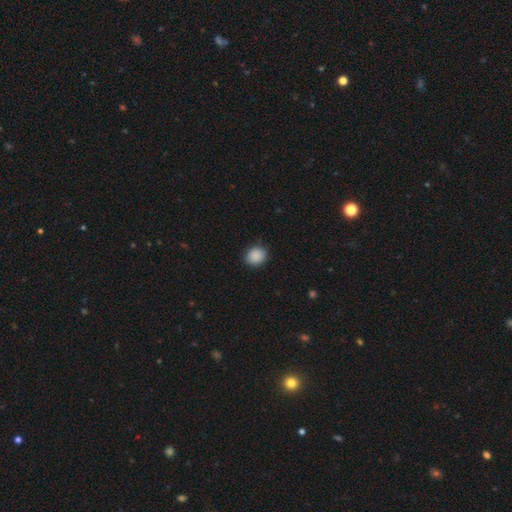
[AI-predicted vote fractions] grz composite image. It shows a smooth galaxy with no disk features (89%) that is round (69%). Merging: none (85%).